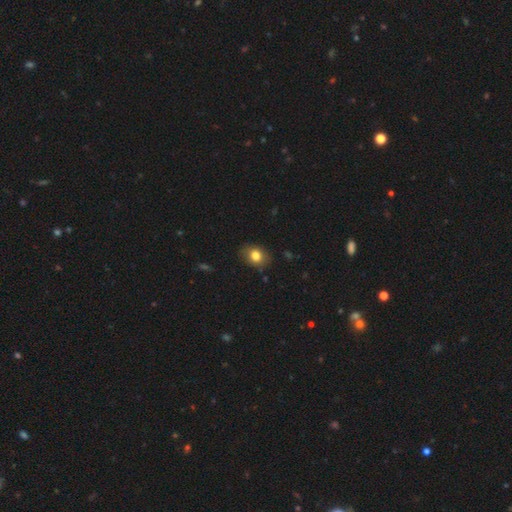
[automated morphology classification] type=smooth (80%); roundness=in between (59%); merging=none (81%).